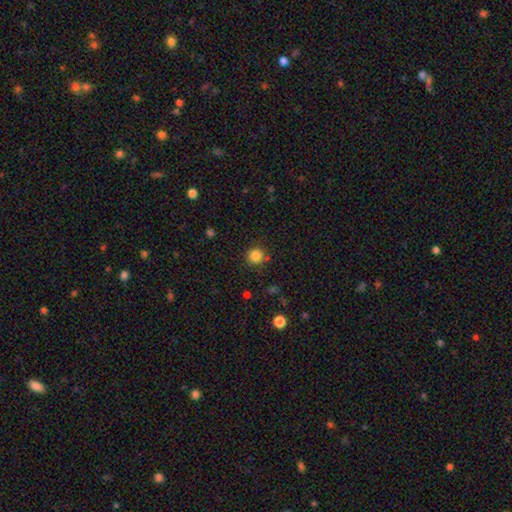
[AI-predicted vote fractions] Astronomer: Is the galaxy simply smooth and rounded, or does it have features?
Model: smooth — 84%.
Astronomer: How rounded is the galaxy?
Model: round — 92%.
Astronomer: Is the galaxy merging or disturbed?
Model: none — 85%.